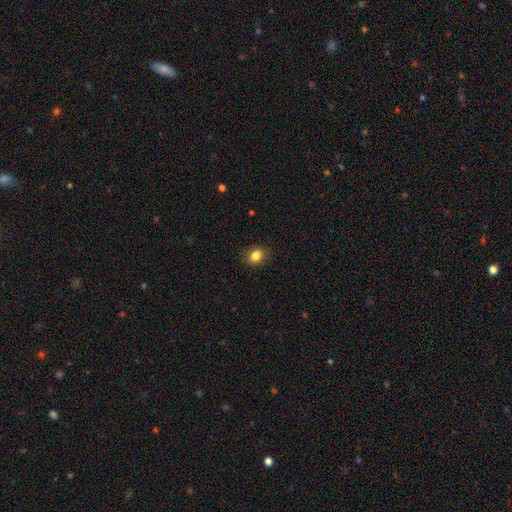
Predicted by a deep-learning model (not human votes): This is clearly a smooth galaxy (84%). How rounded: possibly in between (60%). Merging: clearly none (87%).